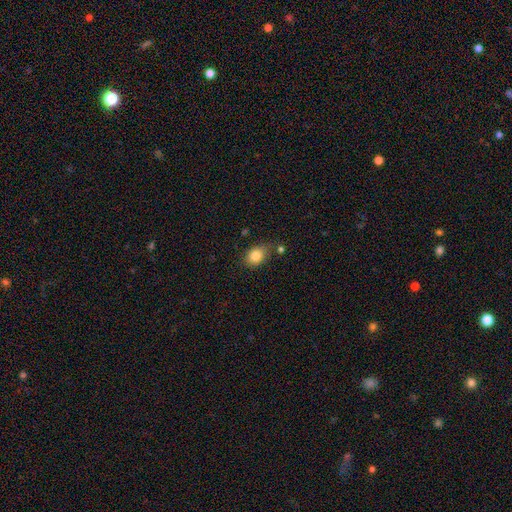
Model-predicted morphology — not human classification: smooth 83%, star or artifact 9%, featured or disk 8%. Down the decision tree: how rounded — in between (61%); merging — none (69%).